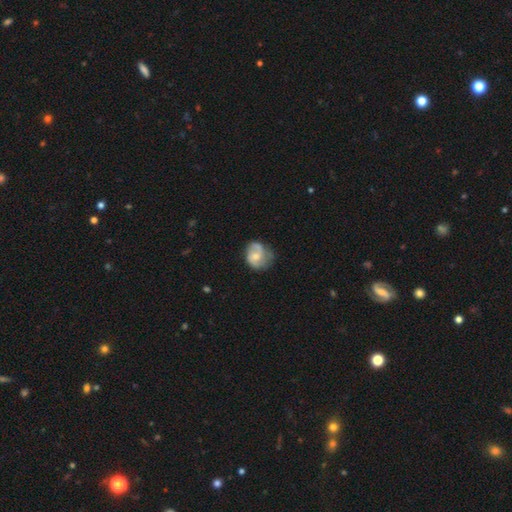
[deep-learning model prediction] smooth_or_featured: featured or disk (p=0.55) [alt: smooth p=0.38]
disk_edge_on: no (p=0.98) [alt: yes p=0.02]
bar: no (p=0.64) [alt: weak p=0.31]
has_spiral_arms: yes (p=0.80) [alt: no p=0.20]
bulge_size: moderate (p=0.46) [alt: small p=0.41]
merging: none (p=0.51) [alt: minor disturbance p=0.30]